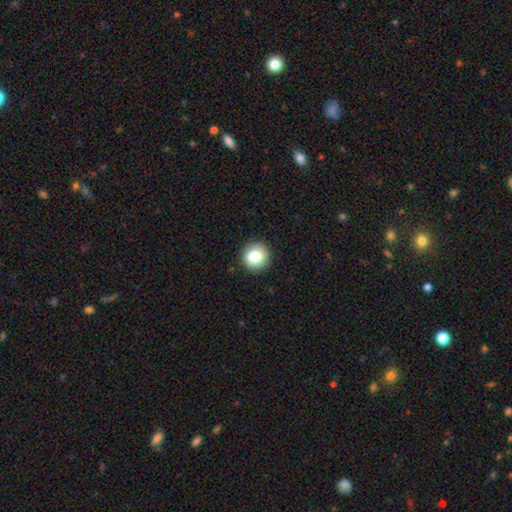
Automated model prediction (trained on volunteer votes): smooth_or_featured: smooth (p=0.83) [alt: star or artifact p=0.09]
how_rounded: round (p=0.91) [alt: in between p=0.08]
merging: none (p=0.88) [alt: minor disturbance p=0.09]